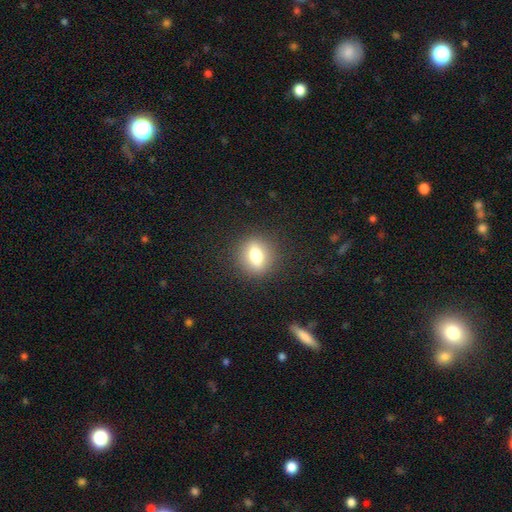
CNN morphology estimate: Smooth or featured? smooth (68%)
How rounded? round (55%)
Merging? none (88%)